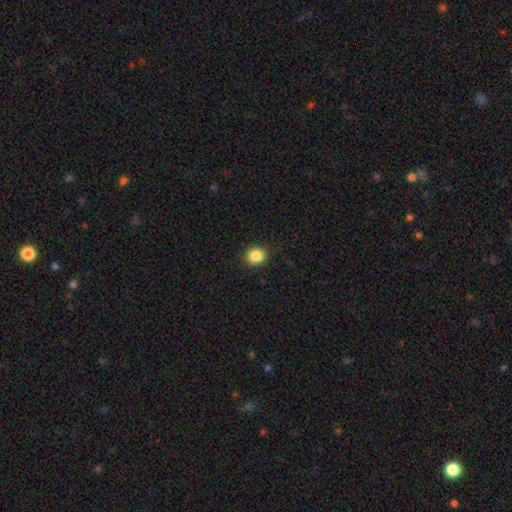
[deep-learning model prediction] The model was most divided on "how rounded": round: 81%, in between: 18%, cigar-shaped: 1%. More confident: merging — none (89%); smooth or featured — smooth (86%).